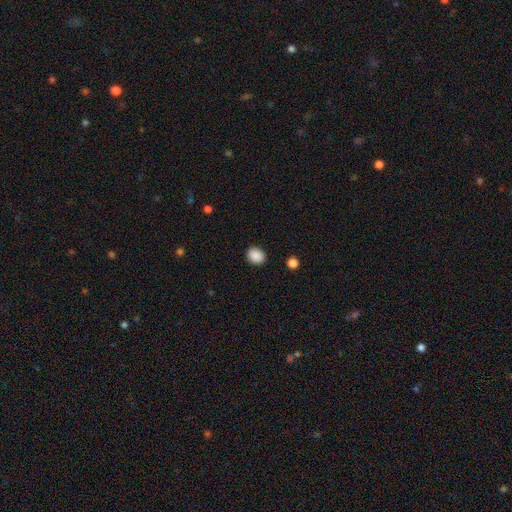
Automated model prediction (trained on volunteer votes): Smooth or featured?
  - smooth: 89% *
  - star or artifact: 8%
  - featured or disk: 3%
How rounded?
  - round: 55% *
  - in between: 44%
  - cigar-shaped: 1%
Merging?
  - none: 90% *
  - minor disturbance: 7%
  - major disturbance: 2%
  - merger: 1%